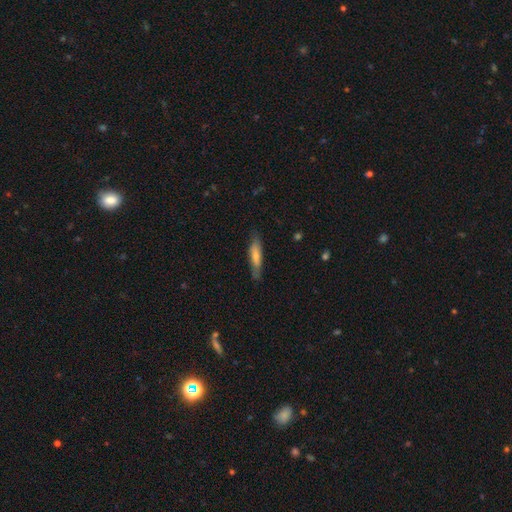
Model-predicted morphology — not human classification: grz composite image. It shows a smooth galaxy with no disk features (68%) that is cigar-shaped (78%). Merging: none (78%).